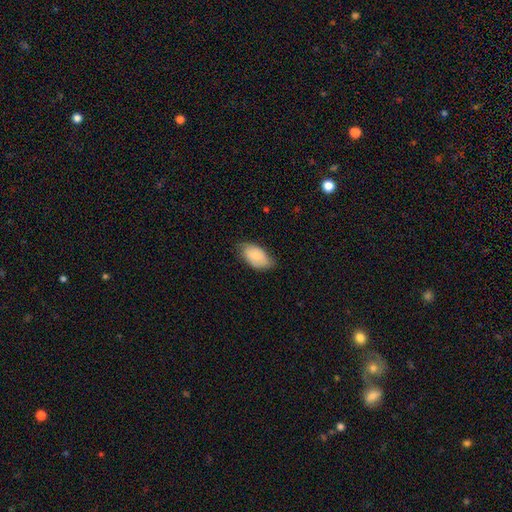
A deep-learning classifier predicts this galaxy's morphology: Smooth or featured?
  - smooth: 81% *
  - featured or disk: 13%
  - star or artifact: 6%
How rounded?
  - in between: 94% *
  - round: 4%
  - cigar-shaped: 2%
Merging?
  - none: 67% *
  - minor disturbance: 27%
  - major disturbance: 5%
  - merger: 1%